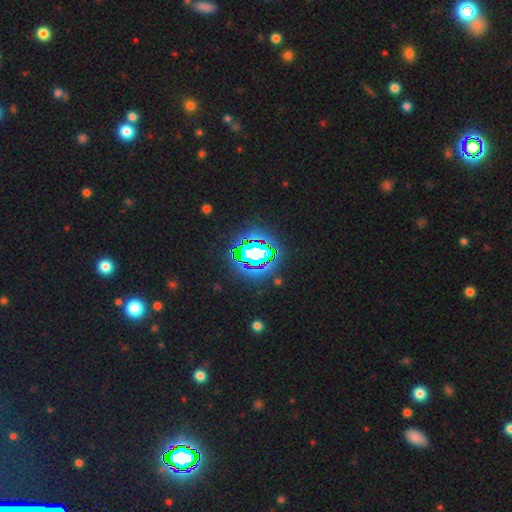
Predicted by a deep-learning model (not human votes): Smooth or featured: star or artifact — 78% (smooth — 13%)